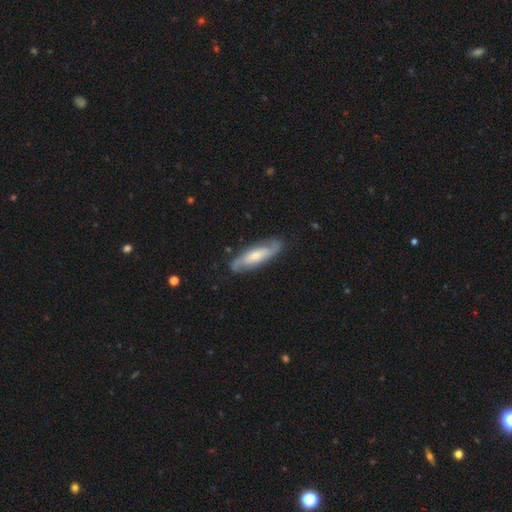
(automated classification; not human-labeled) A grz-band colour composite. It shows a featured or disk galaxy (67%) with no bar (53%), spiral arms (91%) and a moderate central bulge (45%). Merging: none (81%).